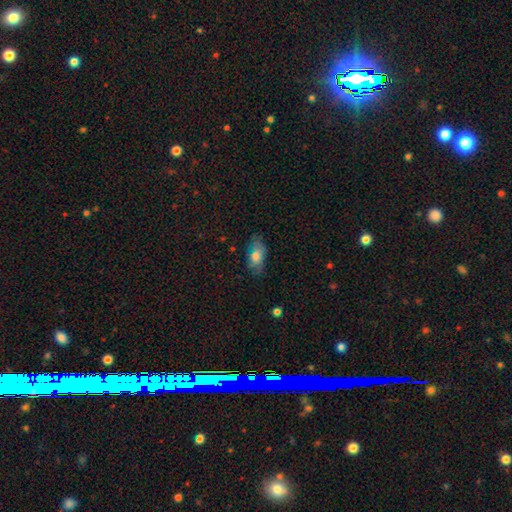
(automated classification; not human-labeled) Smooth or featured? smooth (70%)
How rounded? in between (89%)
Merging? none (68%)